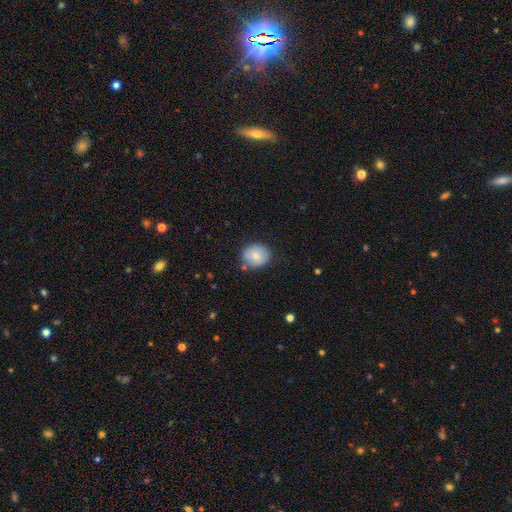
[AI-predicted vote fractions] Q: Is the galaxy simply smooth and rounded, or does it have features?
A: smooth — 74%.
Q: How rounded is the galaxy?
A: round — 70%.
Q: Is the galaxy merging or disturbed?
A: none — 77%.